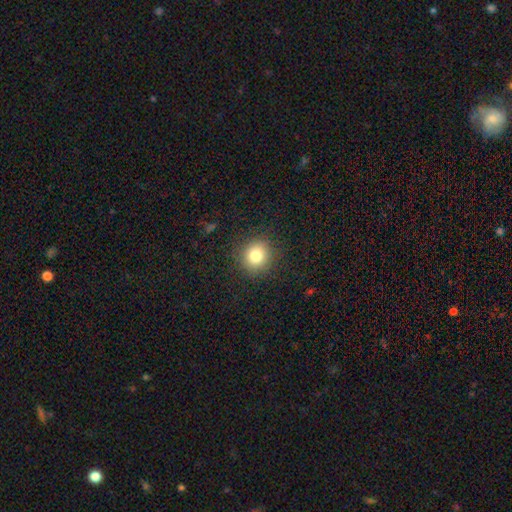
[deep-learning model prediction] Smooth or featured? Predicted: smooth (p=0.80). How rounded? Predicted: round (p=0.90). Merging? Predicted: none (p=0.90).